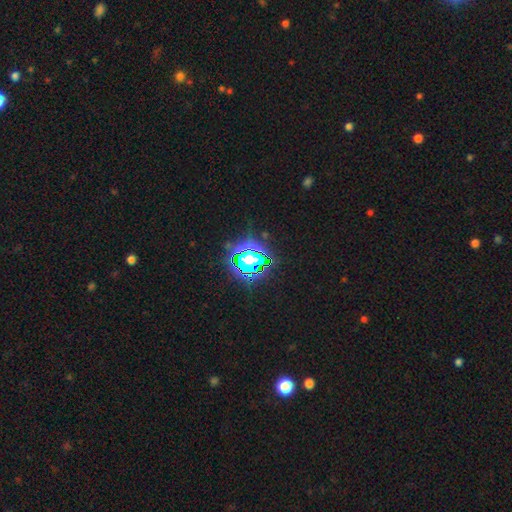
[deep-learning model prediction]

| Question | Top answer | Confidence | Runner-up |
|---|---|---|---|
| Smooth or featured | star or artifact | 73% | smooth (16%) |